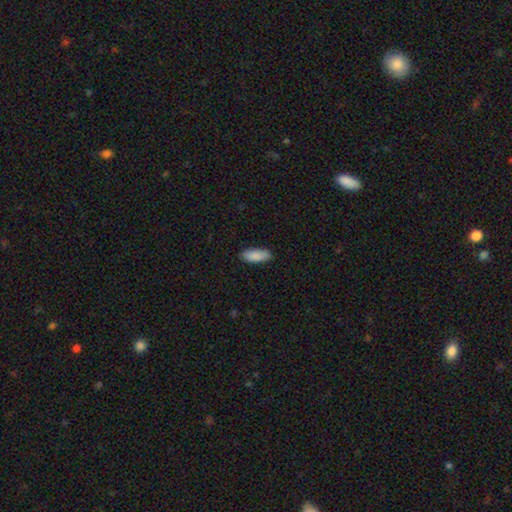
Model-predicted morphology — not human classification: Overall: smooth (89%). How rounded: in between (78%). Merging: none (87%).